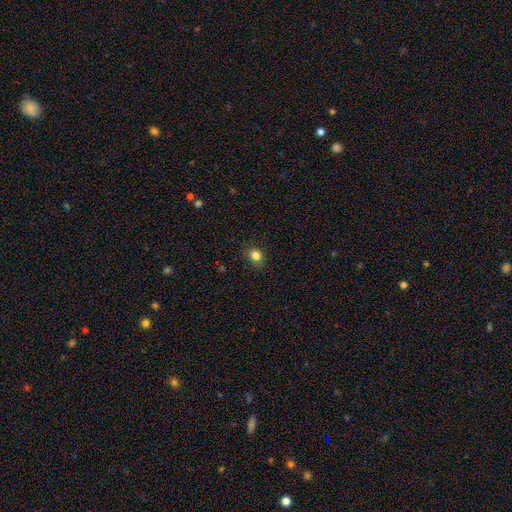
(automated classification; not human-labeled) Smooth or featured? smooth (83%)
How rounded? round (67%)
Merging? none (86%)